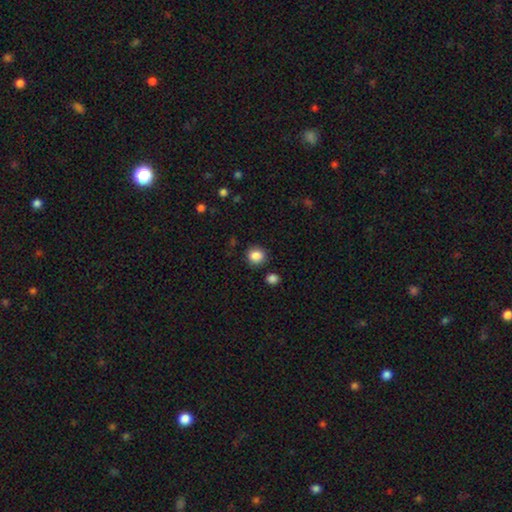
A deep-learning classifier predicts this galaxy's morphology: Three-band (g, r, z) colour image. It shows a smooth galaxy with no disk features (87%) that is round (85%). Merging: none (86%).